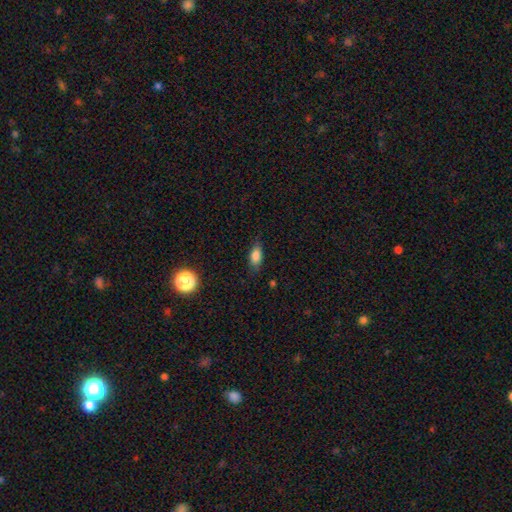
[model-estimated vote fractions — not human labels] This is clearly a smooth galaxy (81%). How rounded: clearly in between (81%). Merging: likely none (75%).